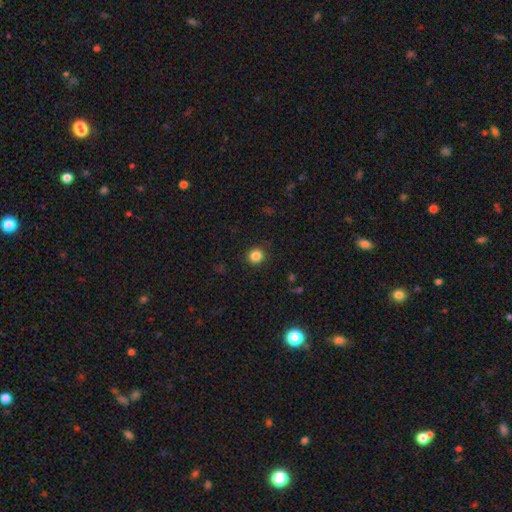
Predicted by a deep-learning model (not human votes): Smooth or featured: smooth — 85% (star or artifact — 11%)
How rounded: round — 89% (in between — 10%)
Merging: none — 90% (minor disturbance — 6%)